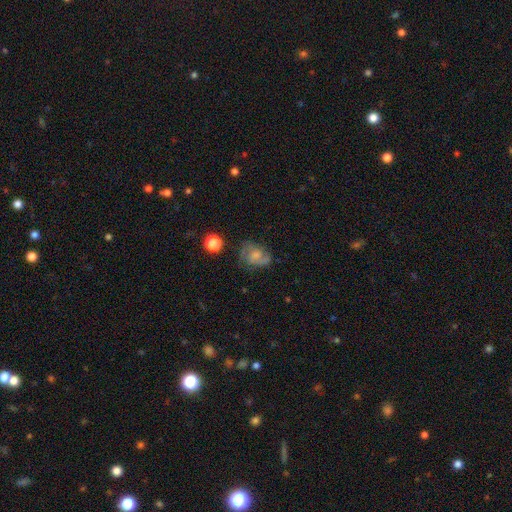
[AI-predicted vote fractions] featured or disk 46%, smooth 42%, star or artifact 12%. Down the decision tree: merging — none (51%).